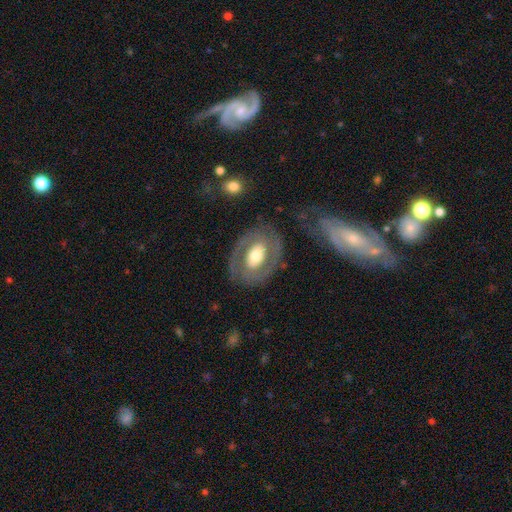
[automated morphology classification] This appears to be a featured or disk galaxy (70%) with no bar (46%), spiral arms (60%) and a moderate central bulge (60%). Merging: none (75%).